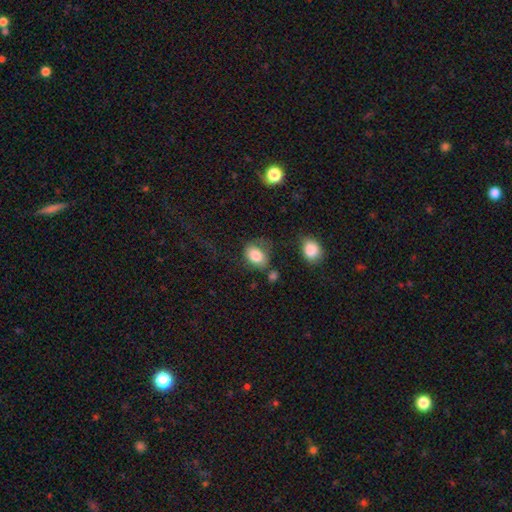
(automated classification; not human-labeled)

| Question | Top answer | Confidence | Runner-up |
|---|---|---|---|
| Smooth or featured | smooth | 83% | featured or disk (10%) |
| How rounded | in between | 73% | round (26%) |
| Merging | none | 50% | minor disturbance (26%) |